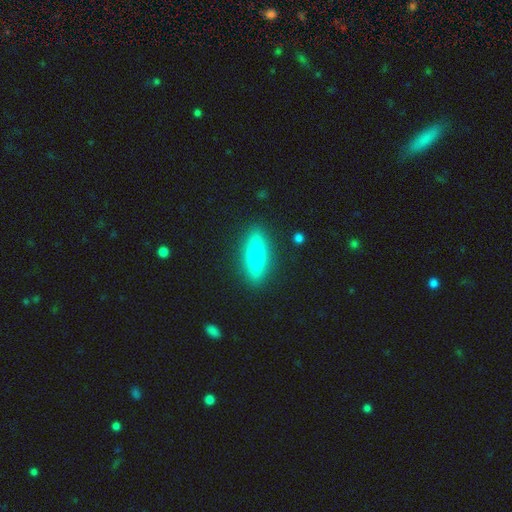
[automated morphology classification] Smooth or featured?
  - smooth: 64% *
  - featured or disk: 29%
  - star or artifact: 6%
How rounded?
  - cigar-shaped: 64% *
  - in between: 33%
  - round: 3%
Merging?
  - none: 89% *
  - minor disturbance: 8%
  - major disturbance: 2%
  - merger: 1%